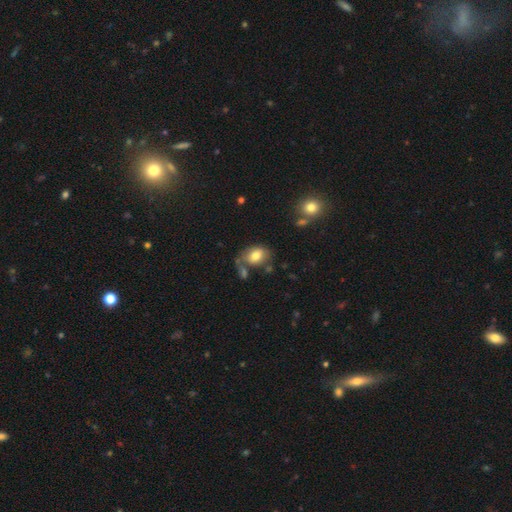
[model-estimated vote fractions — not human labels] Overall: smooth (76%). How rounded: in between (72%). Merging: none (56%; minor disturbance 19%).